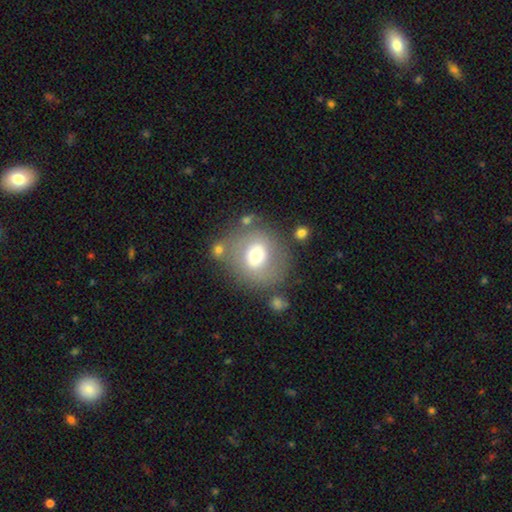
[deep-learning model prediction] Smooth or featured?
  - smooth: 61% *
  - featured or disk: 29%
  - star or artifact: 11%
How rounded?
  - round: 80% *
  - in between: 19%
  - cigar-shaped: 1%
Merging?
  - none: 66% *
  - minor disturbance: 15%
  - merger: 10%
  - major disturbance: 9%